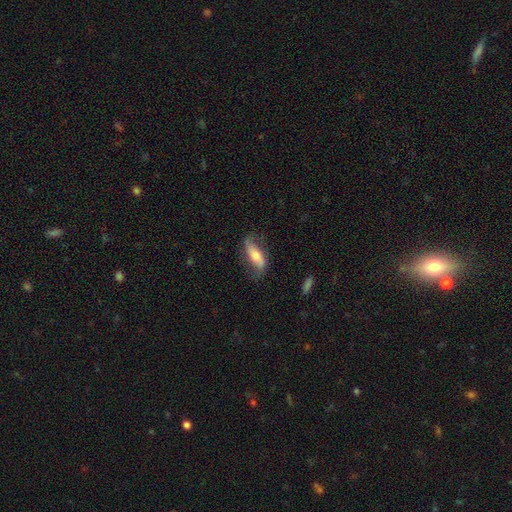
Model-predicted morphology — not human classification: A featured or disk galaxy (60%).

Vote fractions:
- Smooth or featured? featured or disk: 60% / smooth: 34% / star or artifact: 6%
- Edge-on disk? no: 79% / yes: 21%
- Merging? none: 67% / minor disturbance: 22% / major disturbance: 9% / merger: 2%